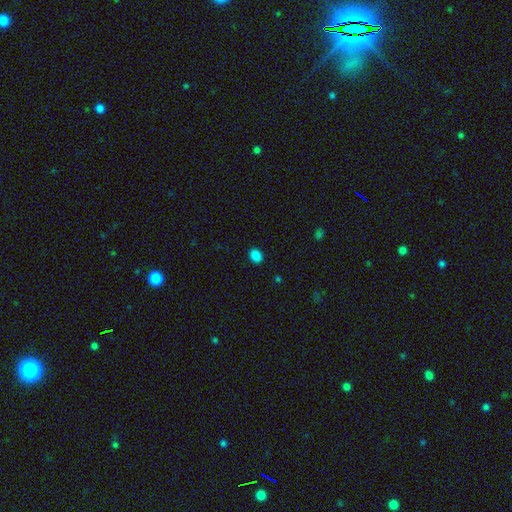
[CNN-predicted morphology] This is clearly a smooth galaxy (85%). How rounded: possibly in between (59%). Merging: clearly none (90%).